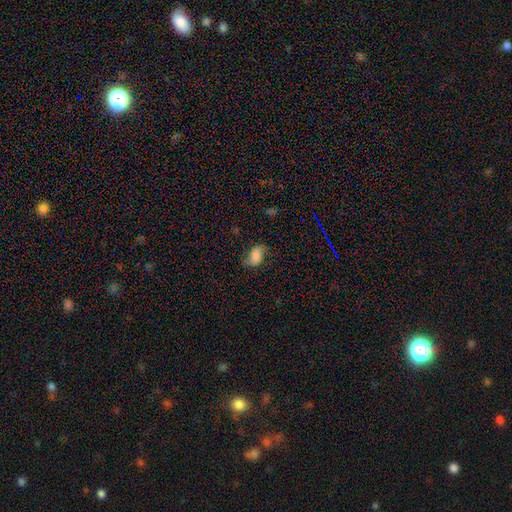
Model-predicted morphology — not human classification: Q: Smooth or featured?
A: smooth (59%); runner-up: featured or disk (29%)
Q: How rounded?
A: in between (89%); runner-up: round (8%)
Q: Merging?
A: none (59%); runner-up: minor disturbance (26%)